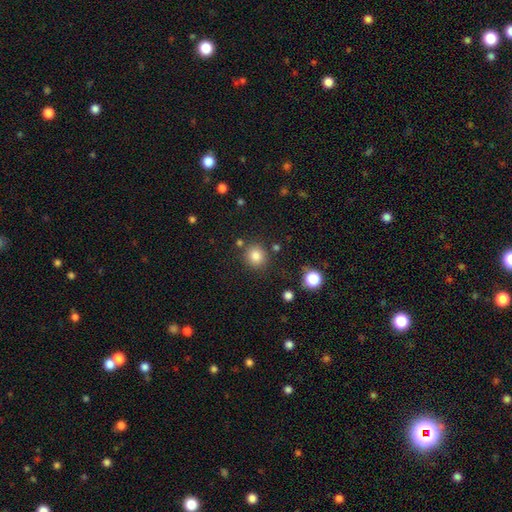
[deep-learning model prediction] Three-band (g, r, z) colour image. It shows a smooth galaxy with no disk features (83%) that is round (90%). Merging: none (84%).